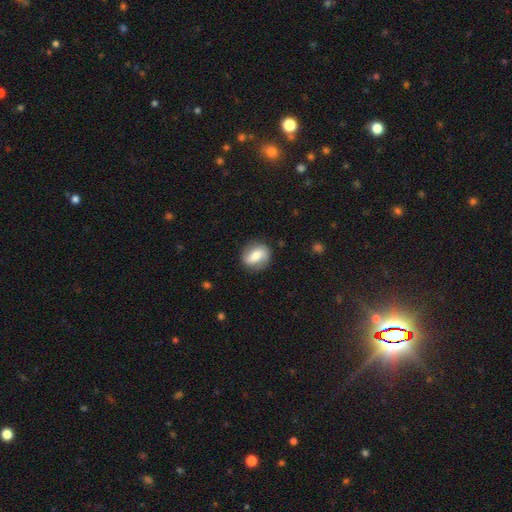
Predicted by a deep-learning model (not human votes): Smooth or featured? smooth (50%)
Merging? none (81%)